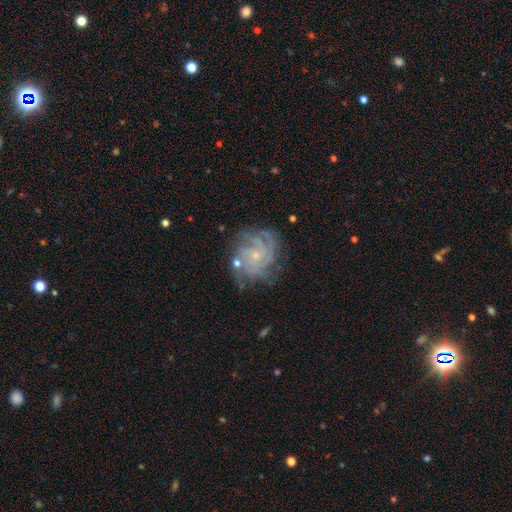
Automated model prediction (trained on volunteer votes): Smooth or featured: featured or disk — 85% (star or artifact — 8%)
Edge-on disk: no — 98% (yes — 2%)
Bar: no — 75% (weak — 21%)
Spiral arms: yes — 97% (no — 3%)
Spiral winding: tight — 68% (medium — 27%)
Spiral arm count: 4 — 29% (can't tell — 24%)
Bulge size: small — 81% (moderate — 14%)
Merging: none — 72% (minor disturbance — 17%)